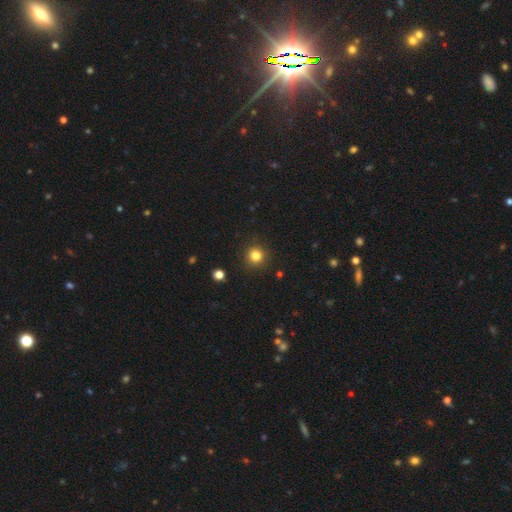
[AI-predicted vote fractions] Smooth or featured: smooth — 82% (star or artifact — 13%)
How rounded: round — 93% (in between — 6%)
Merging: none — 91% (minor disturbance — 6%)